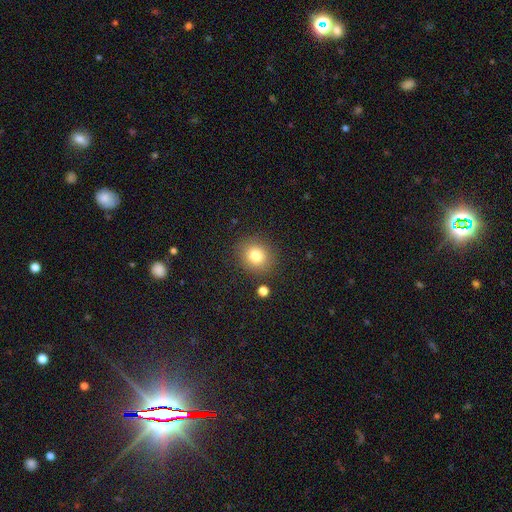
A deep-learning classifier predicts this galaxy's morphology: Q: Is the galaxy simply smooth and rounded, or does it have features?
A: smooth — 80%.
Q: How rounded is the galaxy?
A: round — 78%.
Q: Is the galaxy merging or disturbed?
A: none — 86%.